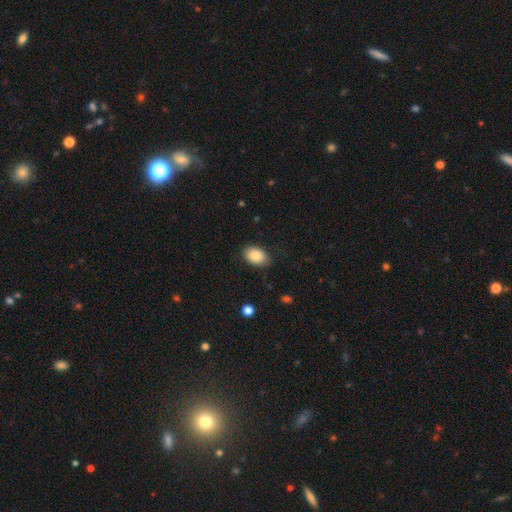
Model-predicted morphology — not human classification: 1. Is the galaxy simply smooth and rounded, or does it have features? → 86% smooth, 7% star or artifact, 7% featured or disk.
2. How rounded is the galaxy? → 85% in between, 14% round, 1% cigar-shaped.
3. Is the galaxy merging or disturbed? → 86% none, 10% minor disturbance, 2% major disturbance, 1% merger.